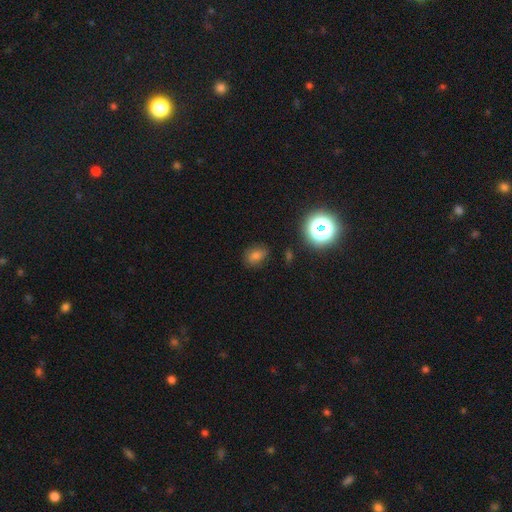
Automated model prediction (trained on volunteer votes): Morphology: type=smooth (72%); roundness=in between (61%); merging=none (77%).